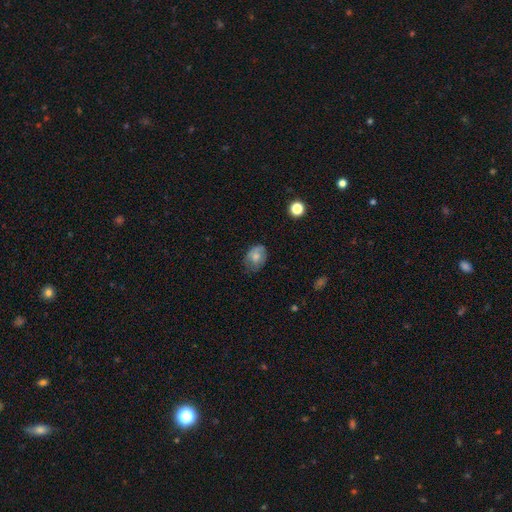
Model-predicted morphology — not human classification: This appears to be a smooth galaxy with no disk features (68%) that is in between round and cigar-shaped (66%). Merging: none (63%).